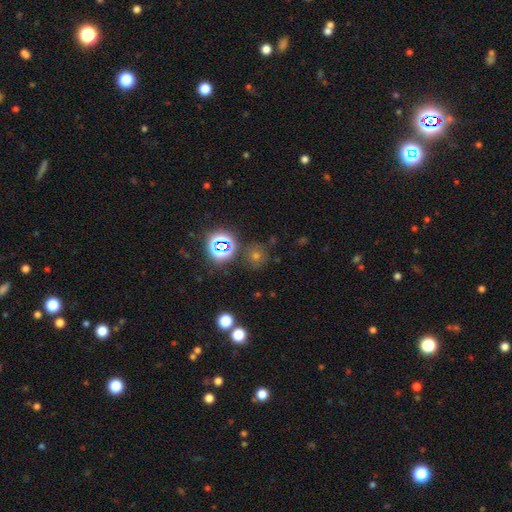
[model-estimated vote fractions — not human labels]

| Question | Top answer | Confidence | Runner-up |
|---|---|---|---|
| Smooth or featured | star or artifact | 49% | smooth (41%) |